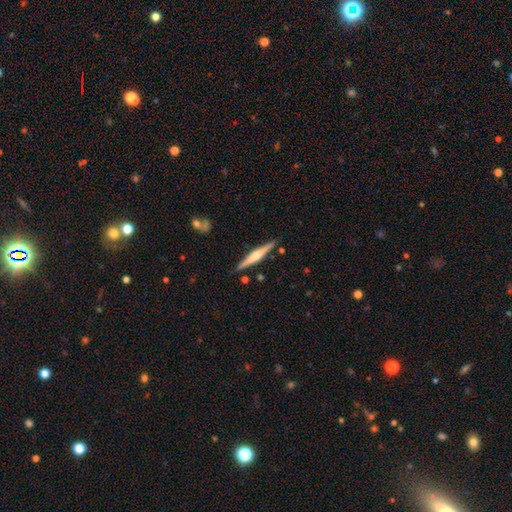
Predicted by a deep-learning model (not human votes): smooth-or-featured: featured or disk: 65% | smooth: 30% | star or artifact: 5%
  disk-edge-on: yes: 98% | no: 2%
    edge-on-bulge: rounded: 66% | boxy: 22% | none: 12%
  merging: none: 88% | minor disturbance: 8% | merger: 2% | major disturbance: 2%